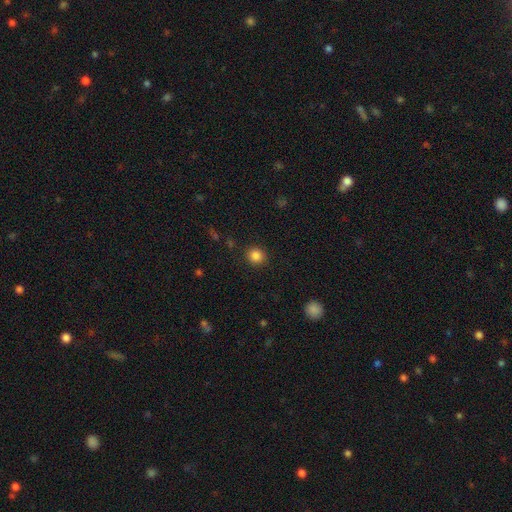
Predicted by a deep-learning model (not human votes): Smooth or featured? smooth (86%)
How rounded? round (89%)
Merging? none (90%)